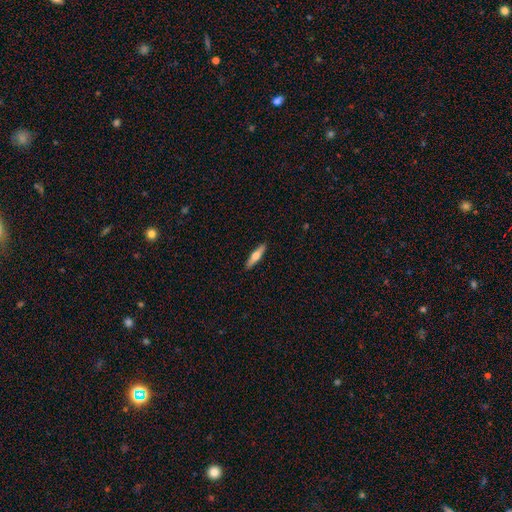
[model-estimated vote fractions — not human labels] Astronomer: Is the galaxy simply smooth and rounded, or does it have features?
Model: smooth — 50% (runner-up: featured or disk, 44%).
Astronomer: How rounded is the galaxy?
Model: cigar-shaped — 79%.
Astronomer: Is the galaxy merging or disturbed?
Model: none — 91%.